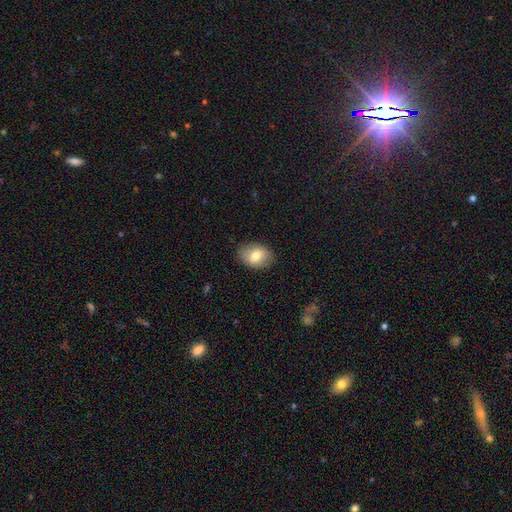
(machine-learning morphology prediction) The model was most divided on "how rounded": in between: 76%, round: 23%, cigar-shaped: 1%. More confident: merging — none (86%); smooth or featured — smooth (74%).